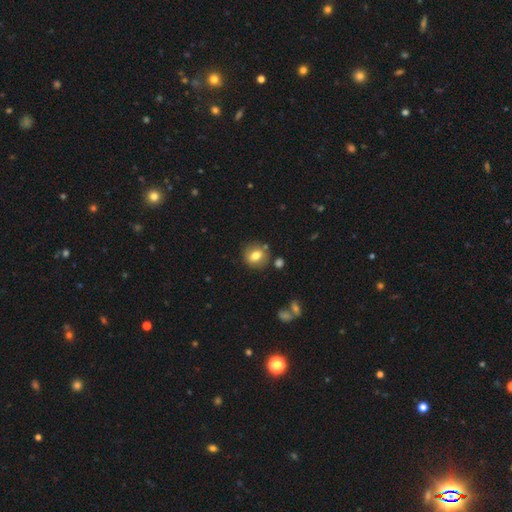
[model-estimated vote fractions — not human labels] A smooth galaxy with no disk features (74%) that is round (73%). Merging: none (79%).